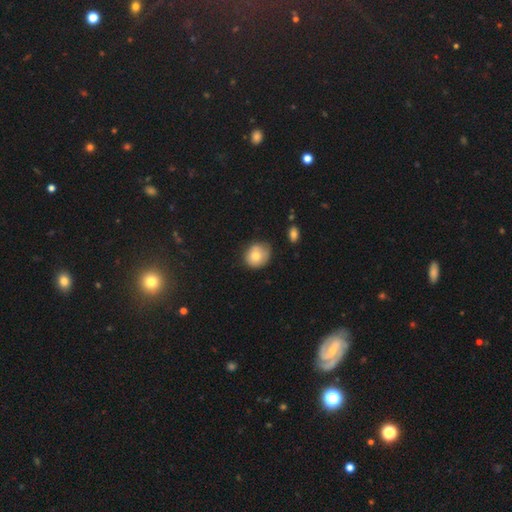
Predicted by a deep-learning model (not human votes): The model was most divided on "merging": none: 62%, minor disturbance: 29%, major disturbance: 6%, merger: 3%. More confident: how rounded — round (77%); smooth or featured — smooth (75%).